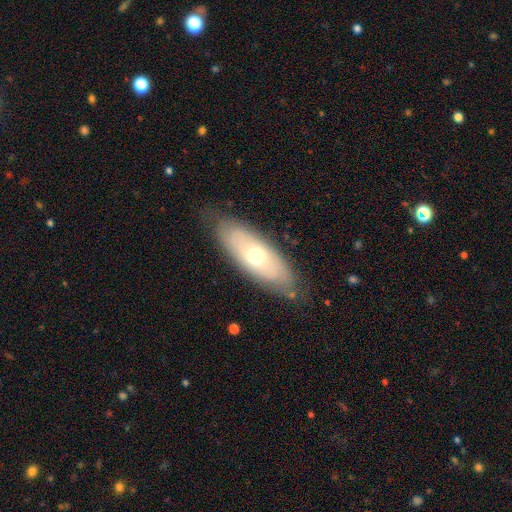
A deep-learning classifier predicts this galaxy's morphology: A smooth galaxy with no disk features (53%) that is in between round and cigar-shaped (75%).

Vote fractions:
- Smooth or featured? smooth: 53% / featured or disk: 40% / star or artifact: 7%
- How rounded? in between: 75% / cigar-shaped: 23% / round: 3%
- Merging? none: 78% / minor disturbance: 17% / major disturbance: 4% / merger: 1%